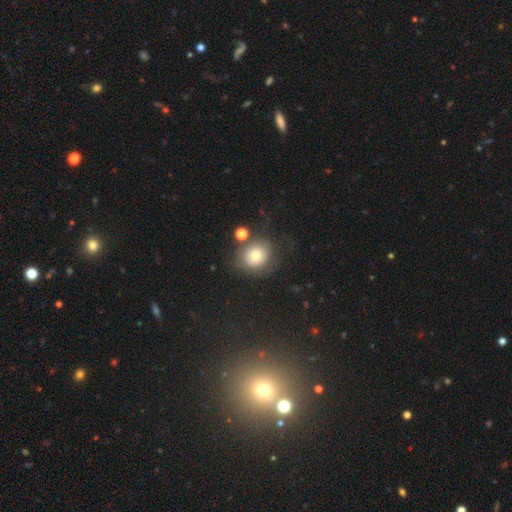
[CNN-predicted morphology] Smooth or featured? Predicted: smooth (p=0.66). How rounded? Predicted: round (p=0.83). Merging? Predicted: none (p=0.66).